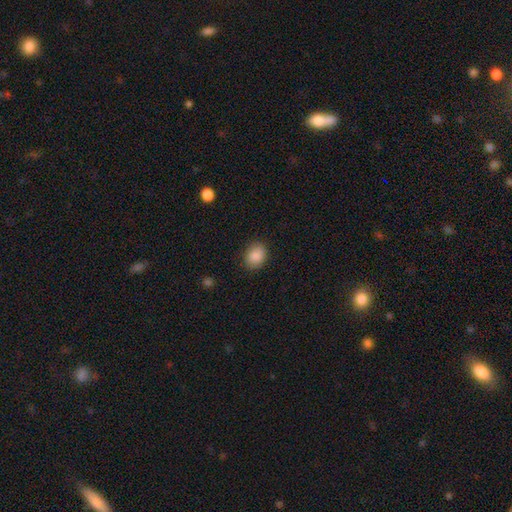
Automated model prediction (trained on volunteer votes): The model was most divided on "how rounded": in between: 52%, round: 47%, cigar-shaped: 1%. More confident: smooth or featured — smooth (88%); merging — none (85%).